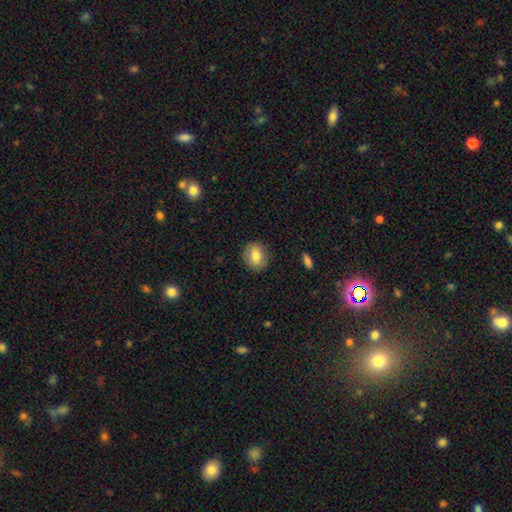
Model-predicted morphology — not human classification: A smooth galaxy with no disk features (80%) that is round (58%).

Vote fractions:
- Smooth or featured? smooth: 80% / featured or disk: 12% / star or artifact: 8%
- How rounded? round: 58% / in between: 41% / cigar-shaped: 1%
- Merging? none: 87% / minor disturbance: 9% / major disturbance: 2% / merger: 1%